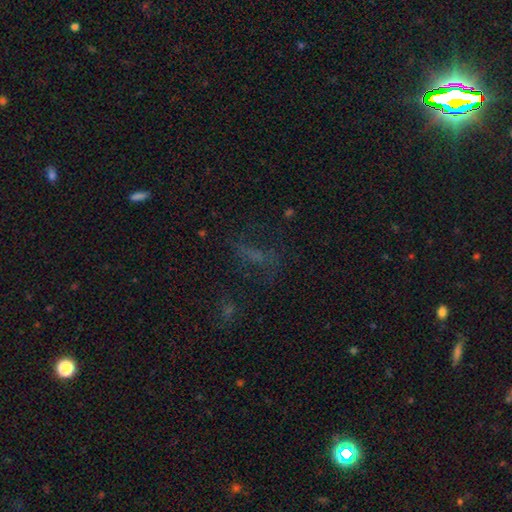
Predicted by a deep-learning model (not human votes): Morphology: type=star or artifact (39%).